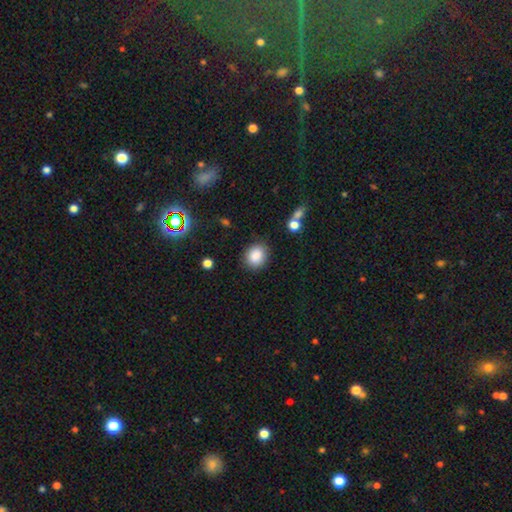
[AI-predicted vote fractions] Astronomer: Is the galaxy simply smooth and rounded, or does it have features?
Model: smooth — 86%.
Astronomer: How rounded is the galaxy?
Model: round — 64%.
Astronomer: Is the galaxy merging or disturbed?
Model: none — 84%.